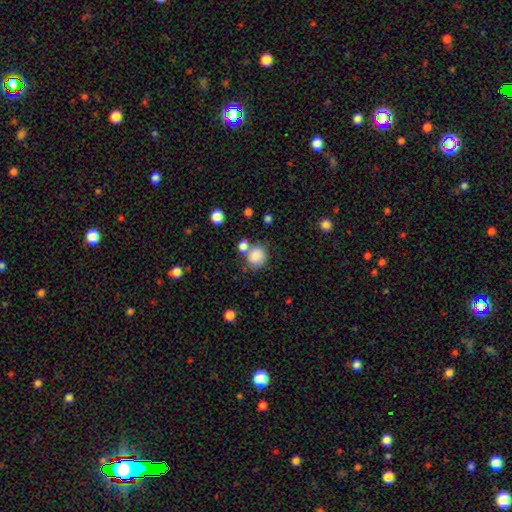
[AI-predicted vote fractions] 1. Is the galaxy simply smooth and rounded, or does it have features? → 84% smooth, 9% star or artifact, 7% featured or disk.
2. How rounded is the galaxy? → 73% round, 26% in between, 1% cigar-shaped.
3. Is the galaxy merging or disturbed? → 55% none, 27% merger, 13% minor disturbance, 5% major disturbance.